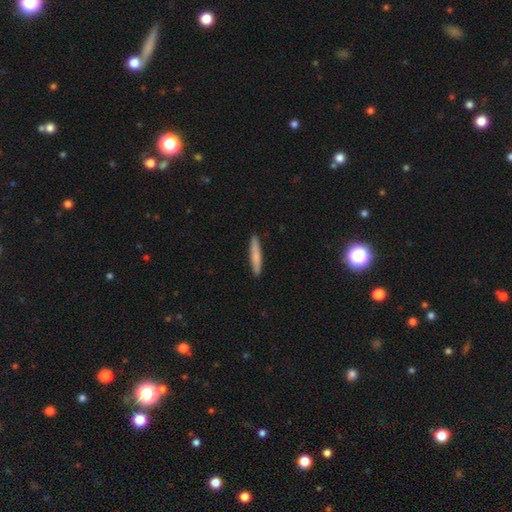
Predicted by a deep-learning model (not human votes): smooth_or_featured: smooth (p=0.77) [alt: featured or disk p=0.17]
how_rounded: cigar-shaped (p=0.93) [alt: in between p=0.06]
merging: none (p=0.91) [alt: minor disturbance p=0.07]